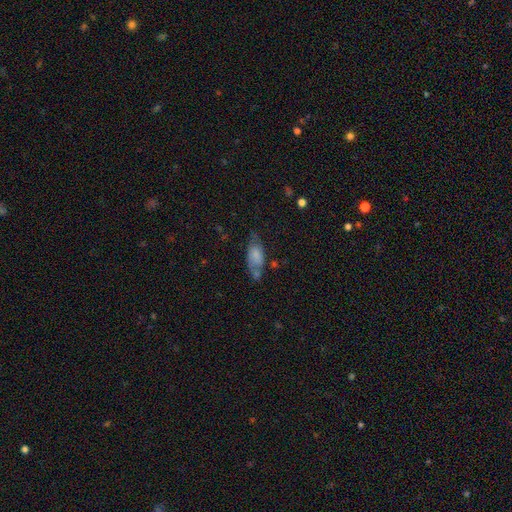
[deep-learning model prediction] Morphology: type=smooth (68%); roundness=in between (84%); merging=none (44%).